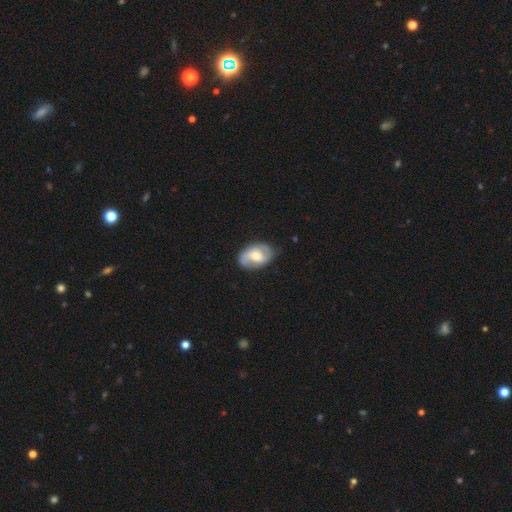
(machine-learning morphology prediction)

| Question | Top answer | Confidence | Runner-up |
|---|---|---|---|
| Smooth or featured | featured or disk | 68% | smooth (26%) |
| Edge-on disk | no | 96% | yes (4%) |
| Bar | weak | 44% | no (42%) |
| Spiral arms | yes | 87% | no (13%) |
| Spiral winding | medium | 46% | tight (27%) |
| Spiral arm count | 2 | 83% | can't tell (9%) |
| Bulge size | moderate | 62% | small (25%) |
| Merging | none | 75% | minor disturbance (18%) |